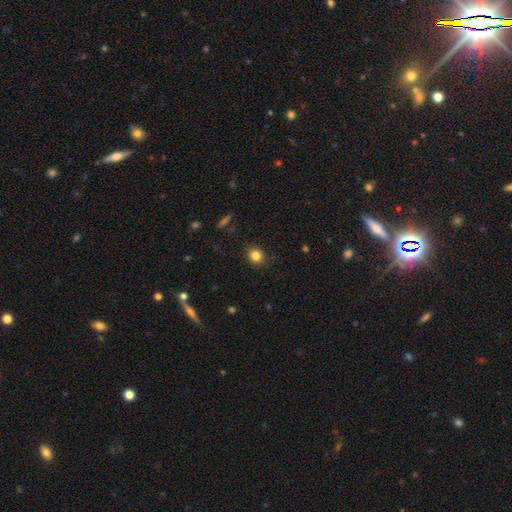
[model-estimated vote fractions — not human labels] Overall: smooth (83%). How rounded: round (76%). Merging: none (89%).